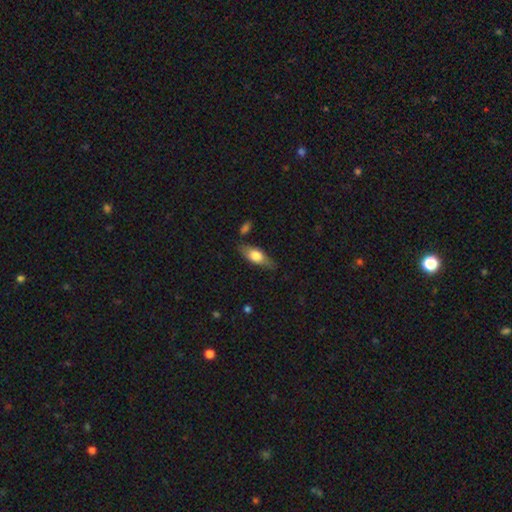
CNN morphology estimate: Smooth or featured?
  - smooth: 64% *
  - featured or disk: 30%
  - star or artifact: 6%
How rounded?
  - in between: 70% *
  - cigar-shaped: 26%
  - round: 3%
Merging?
  - none: 74% *
  - minor disturbance: 18%
  - major disturbance: 4%
  - merger: 4%